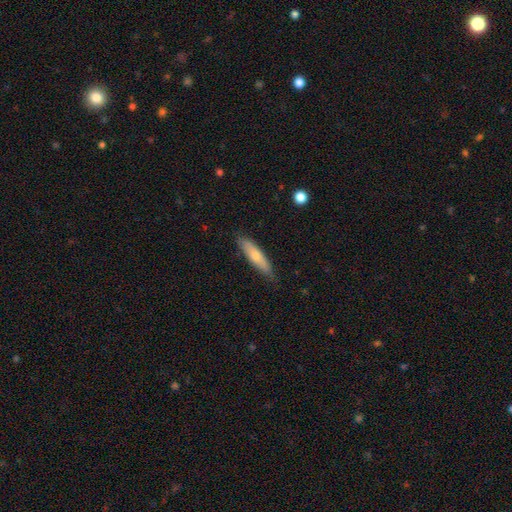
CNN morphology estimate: type=smooth (68%); roundness=cigar-shaped (72%); merging=none (80%).